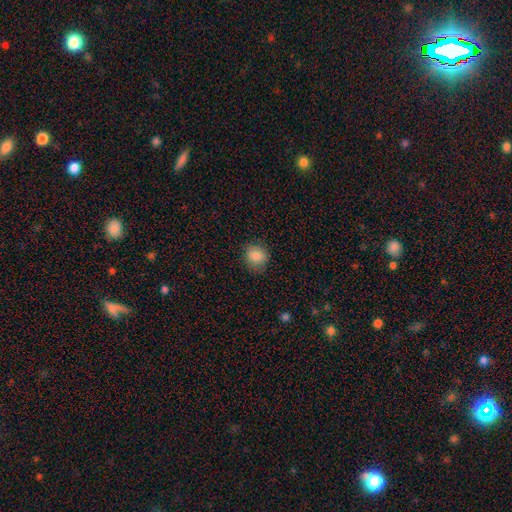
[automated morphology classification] smooth-or-featured: smooth: 83% | star or artifact: 10% | featured or disk: 7%
  how-rounded: round: 82% | in between: 17% | cigar-shaped: 1%
  merging: none: 85% | minor disturbance: 11% | major disturbance: 3% | merger: 1%